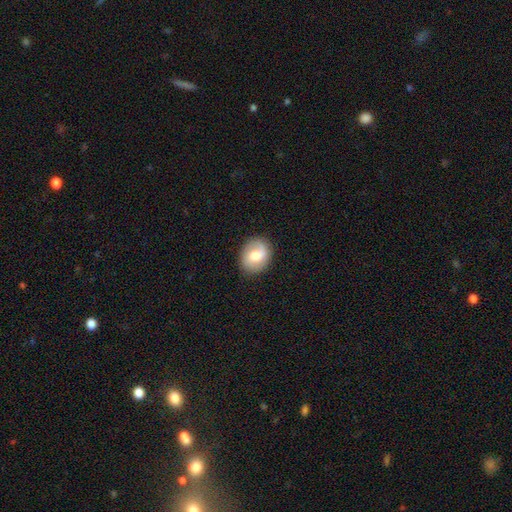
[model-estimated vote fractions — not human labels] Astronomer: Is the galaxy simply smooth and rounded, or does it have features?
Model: smooth — 54% (runner-up: featured or disk, 39%).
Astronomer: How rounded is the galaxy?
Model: round — 51% (runner-up: in between, 48%).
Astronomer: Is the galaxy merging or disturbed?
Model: none — 82%.